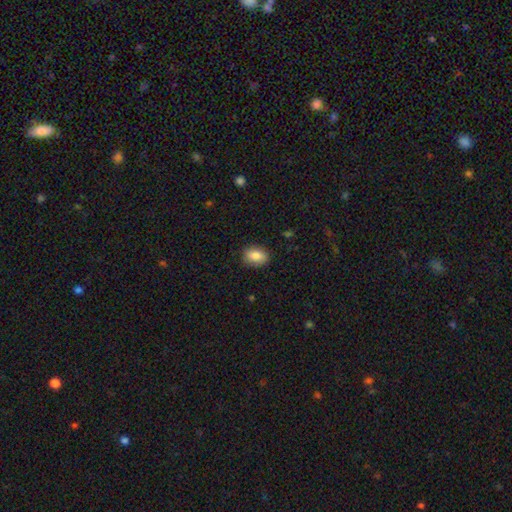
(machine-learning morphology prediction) The model was most divided on "how rounded": in between: 77%, round: 22%, cigar-shaped: 2%. More confident: smooth or featured — smooth (85%); merging — none (84%).